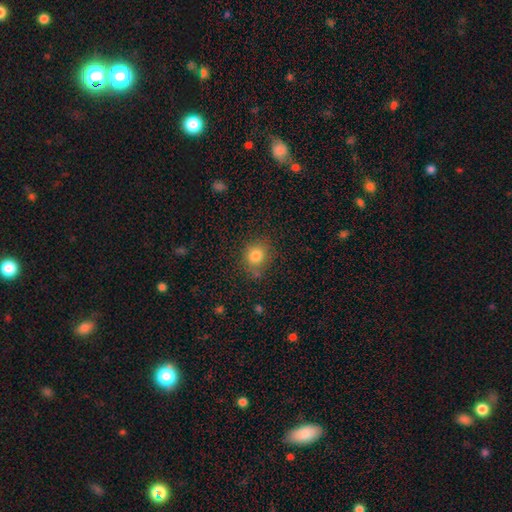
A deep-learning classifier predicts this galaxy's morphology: A smooth galaxy with no disk features (81%) that is round (76%).

Vote fractions:
- Smooth or featured? smooth: 81% / star or artifact: 12% / featured or disk: 7%
- How rounded? round: 76% / in between: 23% / cigar-shaped: 1%
- Merging? none: 75% / minor disturbance: 17% / major disturbance: 5% / merger: 3%